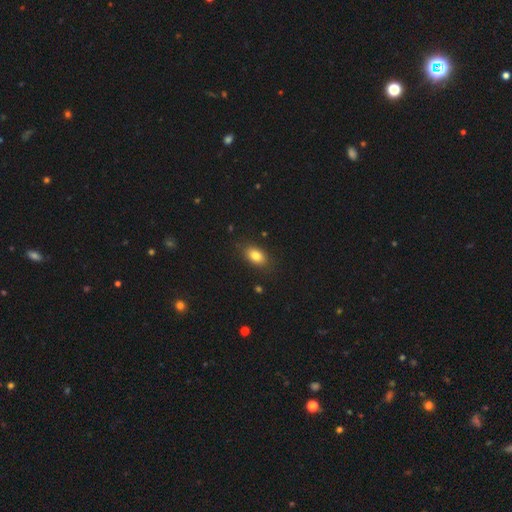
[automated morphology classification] A smooth galaxy with no disk features (82%) that is in between round and cigar-shaped (87%).

Vote fractions:
- Smooth or featured? smooth: 82% / star or artifact: 9% / featured or disk: 9%
- How rounded? in between: 87% / round: 11% / cigar-shaped: 3%
- Merging? none: 85% / minor disturbance: 11% / major disturbance: 3% / merger: 1%